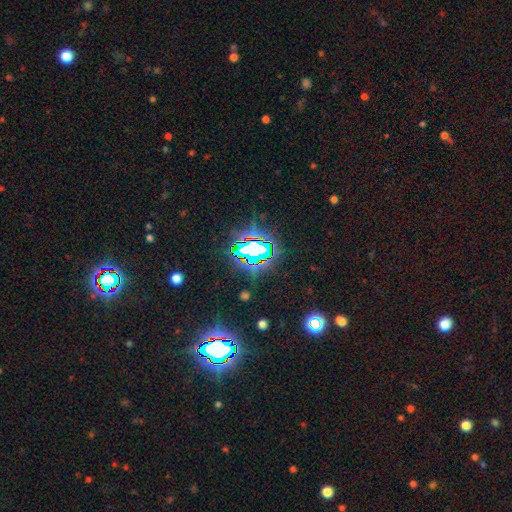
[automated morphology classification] A star or artifact, not a galaxy (75%).

Vote fractions:
- Smooth or featured? star or artifact: 75% / smooth: 14% / featured or disk: 11%